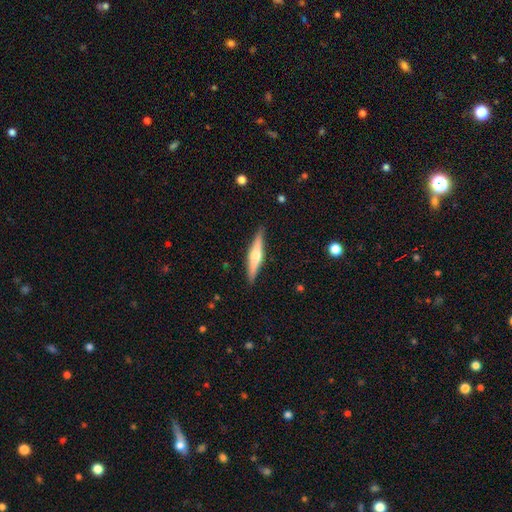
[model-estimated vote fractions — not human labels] This appears to be a featured or disk galaxy (64%) viewed edge-on (97%) with a rounded central bulge (90%). Merging: none (90%).